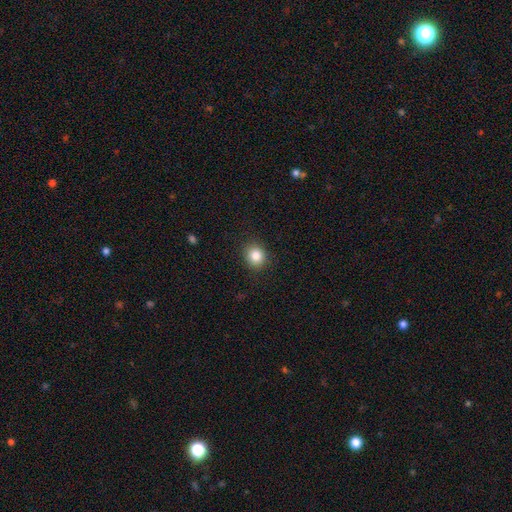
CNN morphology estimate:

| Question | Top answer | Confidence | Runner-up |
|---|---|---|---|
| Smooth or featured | smooth | 85% | star or artifact (10%) |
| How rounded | round | 77% | in between (22%) |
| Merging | none | 89% | minor disturbance (8%) |